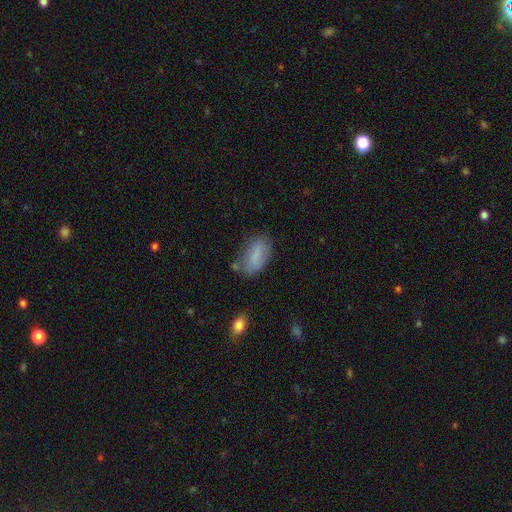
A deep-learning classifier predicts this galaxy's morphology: This appears to be a smooth galaxy with no disk features (79%) that is in between round and cigar-shaped (91%). Merging: none (62%).